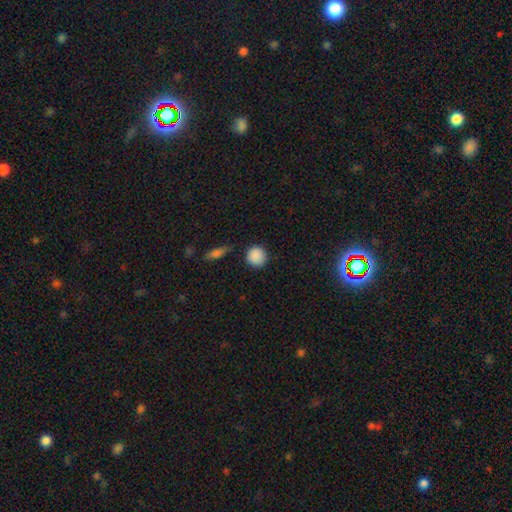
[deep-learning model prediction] Overall: smooth (88%). How rounded: round (91%). Merging: none (84%).